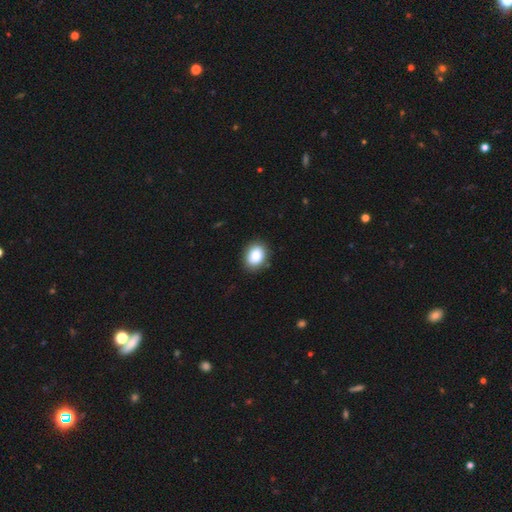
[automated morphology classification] This is clearly a smooth galaxy (87%). How rounded: likely in between (61%). Merging: clearly none (85%).